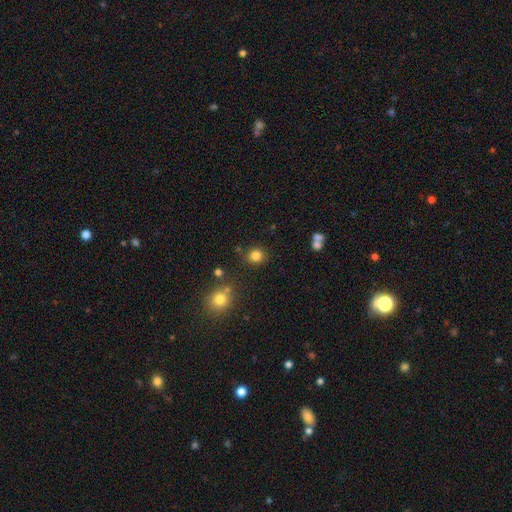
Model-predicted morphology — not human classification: Q: Smooth or featured?
A: smooth (82%); runner-up: star or artifact (13%)
Q: How rounded?
A: round (87%); runner-up: in between (12%)
Q: Merging?
A: none (86%); runner-up: minor disturbance (8%)